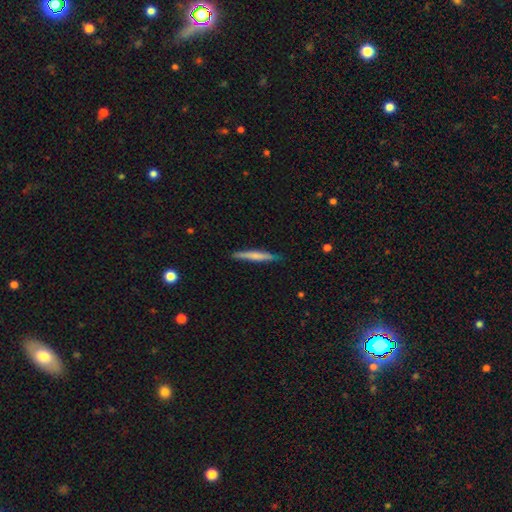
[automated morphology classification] Smooth or featured?
  - smooth: 58% *
  - featured or disk: 37%
  - star or artifact: 6%
How rounded?
  - cigar-shaped: 95% *
  - in between: 3%
  - round: 1%
Merging?
  - none: 86% *
  - minor disturbance: 11%
  - major disturbance: 2%
  - merger: 1%